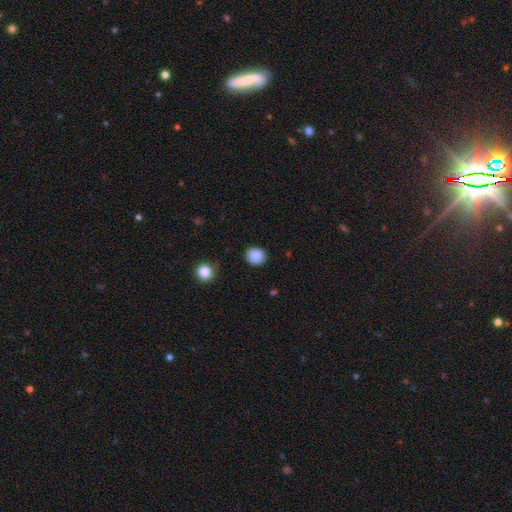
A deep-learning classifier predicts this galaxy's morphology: The model was most divided on "how rounded": round: 79%, in between: 20%, cigar-shaped: 1%. More confident: smooth or featured — smooth (88%); merging — none (85%).